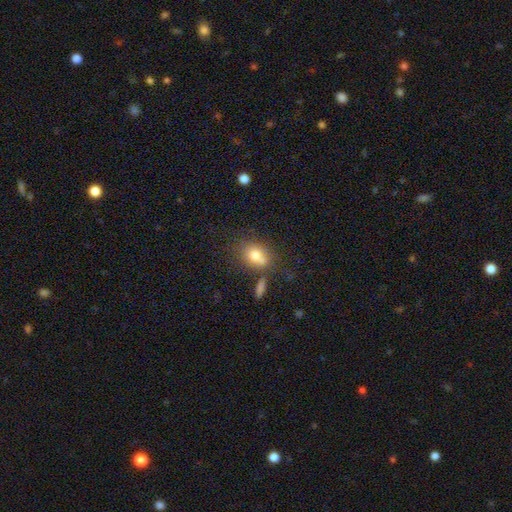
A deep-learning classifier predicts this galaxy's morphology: Q: Smooth or featured?
A: smooth (75%); runner-up: featured or disk (14%)
Q: How rounded?
A: in between (65%); runner-up: round (32%)
Q: Merging?
A: none (56%); runner-up: merger (18%)